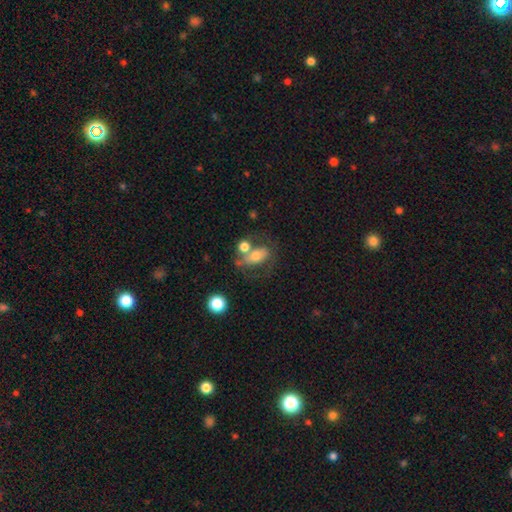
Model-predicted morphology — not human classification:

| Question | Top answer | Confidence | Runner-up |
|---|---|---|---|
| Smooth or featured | smooth | 58% | featured or disk (32%) |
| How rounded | in between | 77% | round (19%) |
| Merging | none | 38% | merger (34%) |